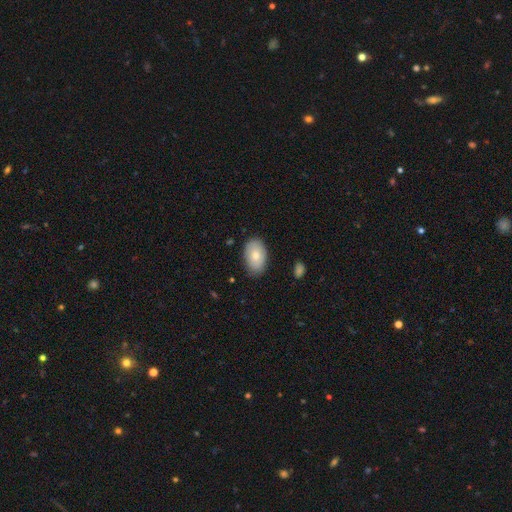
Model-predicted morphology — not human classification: type=smooth (77%); roundness=in between (91%); merging=none (82%).